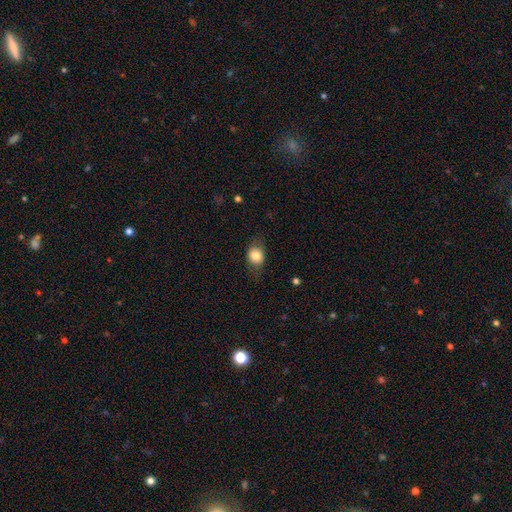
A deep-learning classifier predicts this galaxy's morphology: Overall: smooth (79%). How rounded: round (50%; in between 49%). Merging: none (75%).